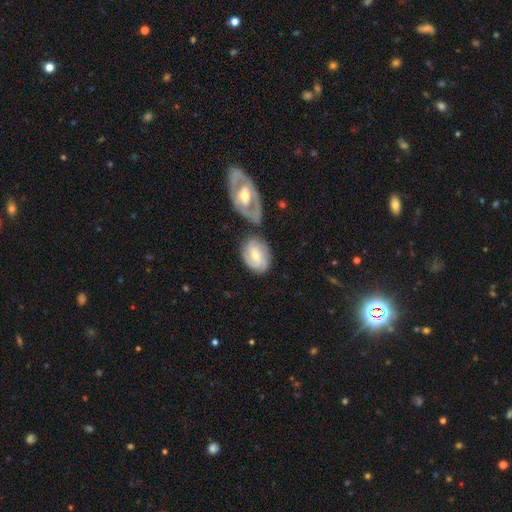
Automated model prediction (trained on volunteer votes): Smooth or featured: featured or disk — 64% (smooth — 30%)
Edge-on disk: no — 95% (yes — 5%)
Bar: no — 45% (weak — 42%)
Spiral arms: yes — 88% (no — 12%)
Spiral winding: tight — 52% (medium — 35%)
Spiral arm count: 2 — 40% (can't tell — 28%)
Bulge size: moderate — 53% (small — 43%)
Merging: none — 51% (merger — 26%)